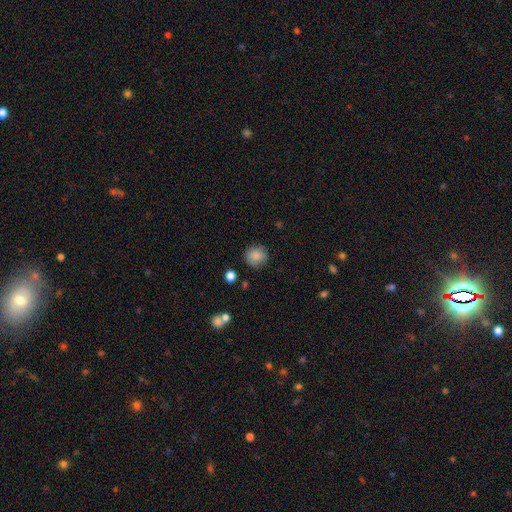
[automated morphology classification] smooth 86%, star or artifact 9%, featured or disk 5%. Down the decision tree: how rounded — round (90%); merging — none (87%).